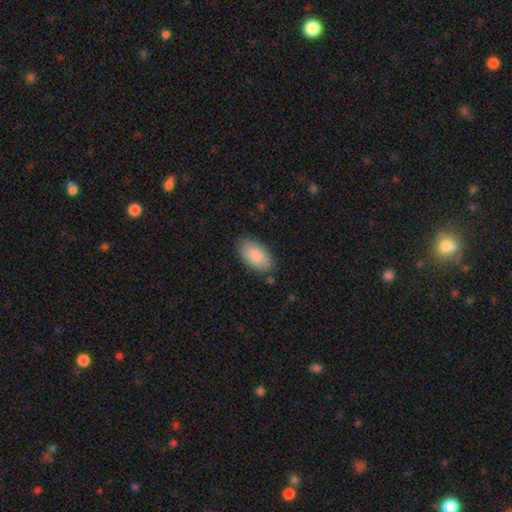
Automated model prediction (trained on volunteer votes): Smooth or featured? smooth (87%)
How rounded? in between (95%)
Merging? none (82%)